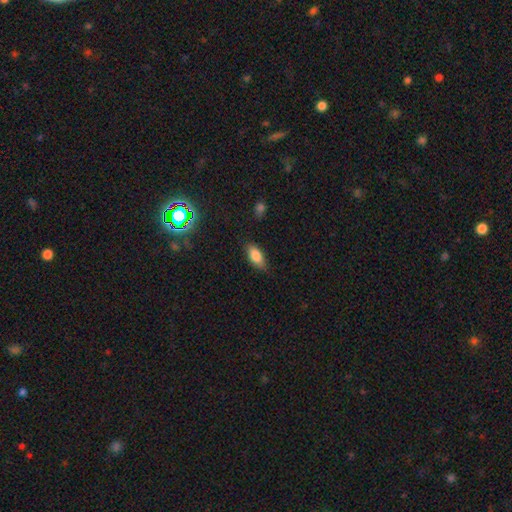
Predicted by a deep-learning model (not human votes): smooth_or_featured: smooth (p=0.82) [alt: featured or disk p=0.10]
how_rounded: in between (p=0.85) [alt: cigar-shaped p=0.12]
merging: none (p=0.81) [alt: minor disturbance p=0.15]